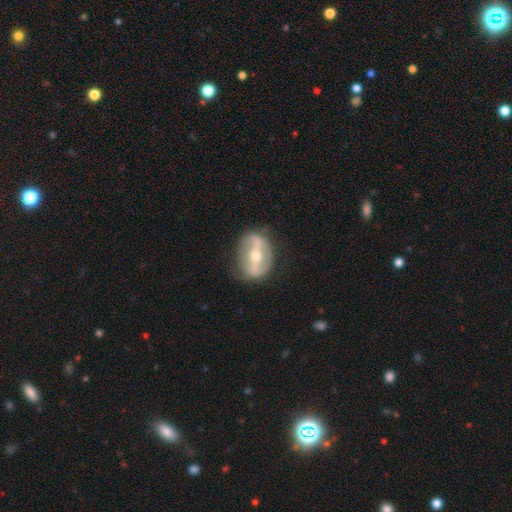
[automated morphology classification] This is likely a featured or disk galaxy (77%). It is clearly not viewed edge-on (91%). Bar: likely strong (65%). Spiral arm pattern: possibly yes (58%). Central bulge: possibly moderate (57%). Merging: likely none (77%).